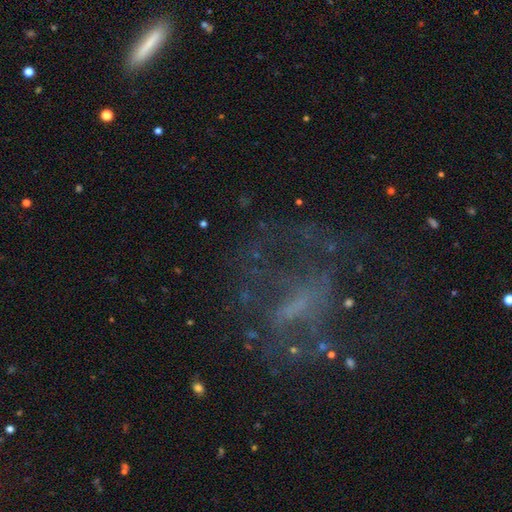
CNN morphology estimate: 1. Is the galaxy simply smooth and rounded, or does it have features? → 60% featured or disk, 22% star or artifact, 18% smooth.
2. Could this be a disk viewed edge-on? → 94% no, 6% yes.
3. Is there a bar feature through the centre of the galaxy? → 45% no, 35% weak, 20% strong.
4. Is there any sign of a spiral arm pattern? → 53% no, 47% yes.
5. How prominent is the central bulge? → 49% none, 31% small, 16% moderate, 3% large, 1% dominant.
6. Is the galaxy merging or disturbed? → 51% none, 29% major disturbance, 16% minor disturbance, 3% merger.